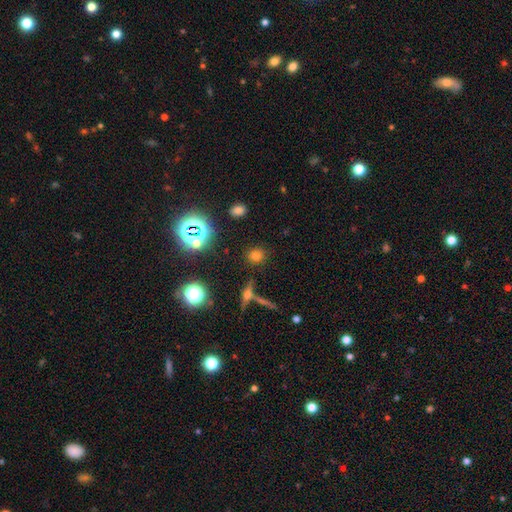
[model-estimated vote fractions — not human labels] Smooth or featured? Predicted: smooth (p=0.68). How rounded? Predicted: round (p=0.82). Merging? Predicted: none (p=0.85).